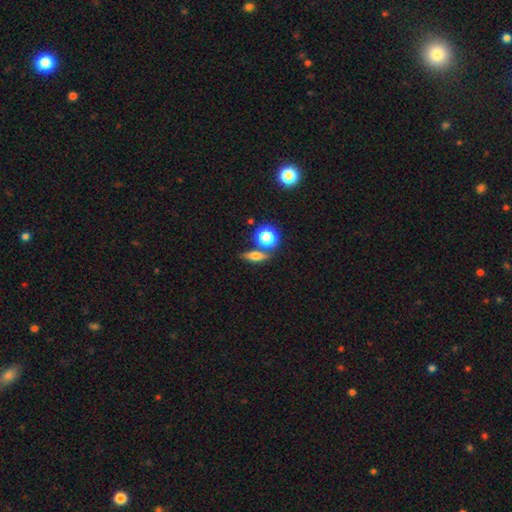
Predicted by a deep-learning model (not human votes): Smooth or featured: smooth — 56% (featured or disk — 31%)
How rounded: in between — 40% (cigar-shaped — 33%)
Merging: none — 70% (merger — 15%)